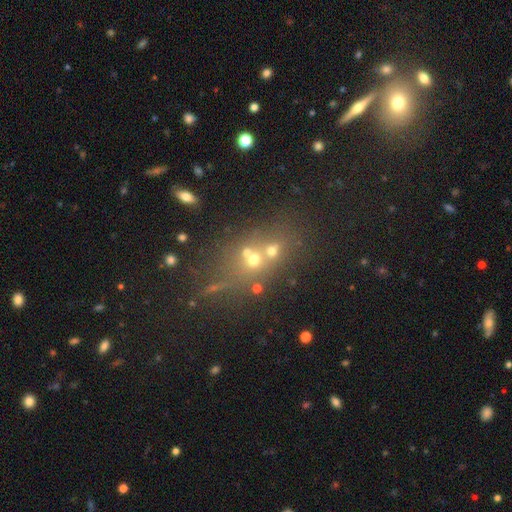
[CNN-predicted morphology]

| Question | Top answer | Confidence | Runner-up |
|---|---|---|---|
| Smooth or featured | star or artifact | 39% | smooth (38%) |